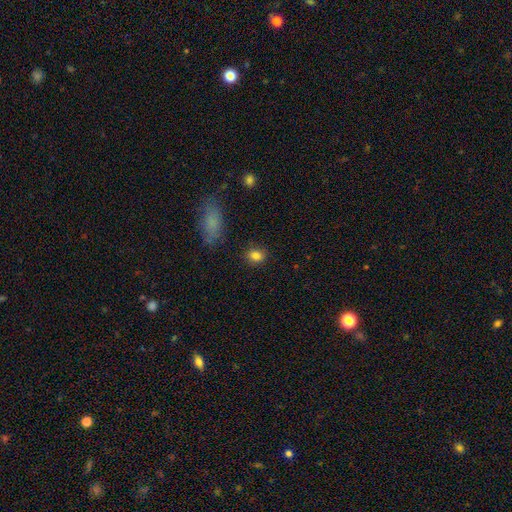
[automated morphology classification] This is clearly a smooth galaxy (83%). How rounded: possibly round (59%). Merging: clearly none (86%).